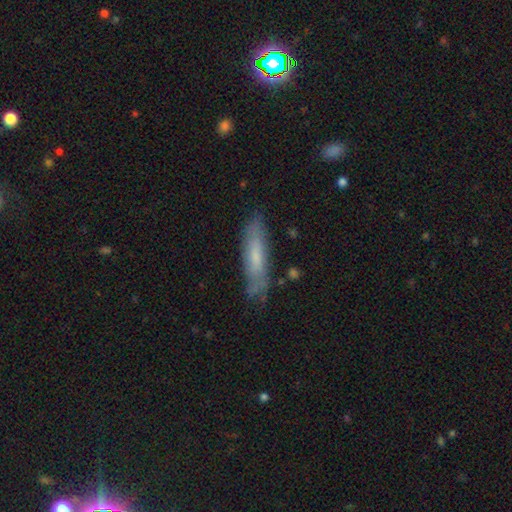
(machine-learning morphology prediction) Smooth or featured? smooth (60%)
How rounded? cigar-shaped (72%)
Merging? none (72%)